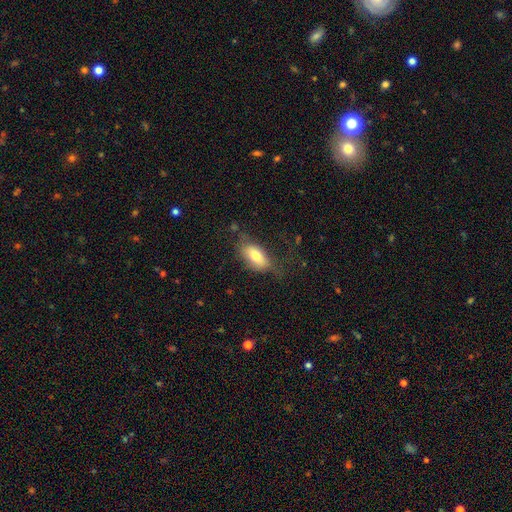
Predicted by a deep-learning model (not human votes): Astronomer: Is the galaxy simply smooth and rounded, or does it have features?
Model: smooth — 75%.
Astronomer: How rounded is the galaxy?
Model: in between — 89%.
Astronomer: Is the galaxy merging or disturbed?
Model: none — 52% (runner-up: minor disturbance, 28%).